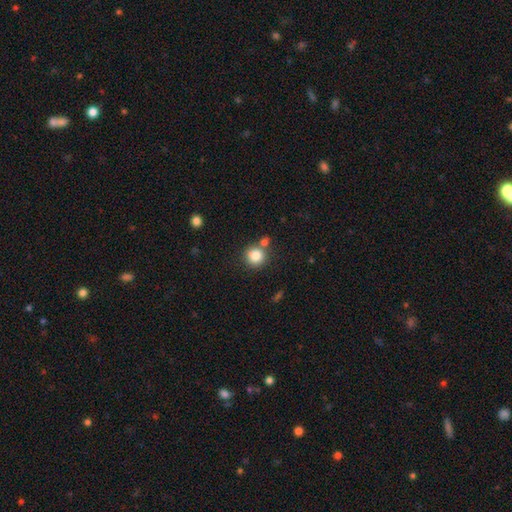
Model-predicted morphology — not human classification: The model was most divided on "merging": none: 72%, merger: 16%, minor disturbance: 9%, major disturbance: 3%. More confident: how rounded — round (91%); smooth or featured — smooth (83%).